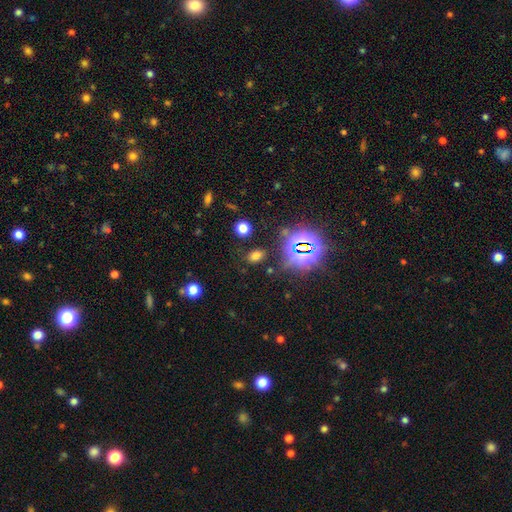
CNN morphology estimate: type=smooth (61%); roundness=in between (78%); merging=none (83%).